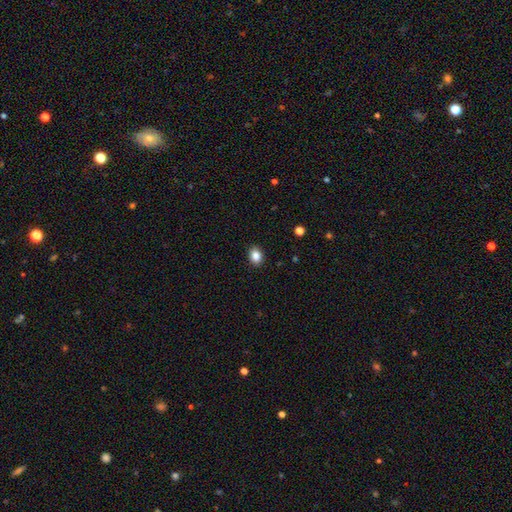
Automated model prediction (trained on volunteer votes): Smooth or featured: smooth — 85% (star or artifact — 10%)
How rounded: in between — 56% (round — 43%)
Merging: none — 90% (minor disturbance — 7%)